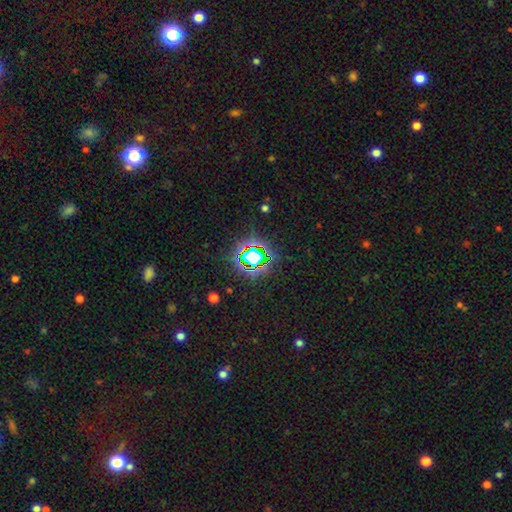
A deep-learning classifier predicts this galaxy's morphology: A star or artifact, not a galaxy (73%).

Vote fractions:
- Smooth or featured? star or artifact: 73% / smooth: 16% / featured or disk: 10%